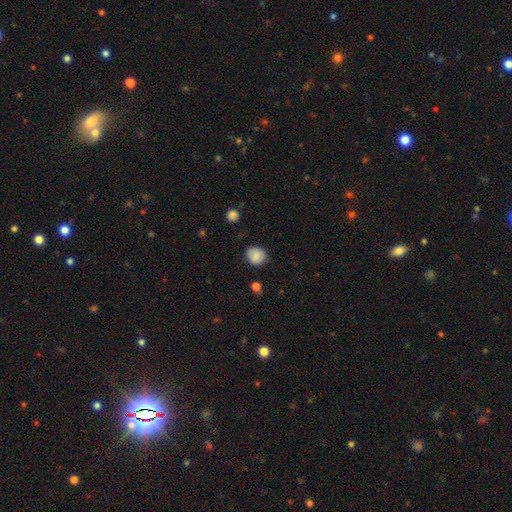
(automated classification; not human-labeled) Q: Smooth or featured?
A: smooth (85%); runner-up: star or artifact (9%)
Q: How rounded?
A: round (80%); runner-up: in between (19%)
Q: Merging?
A: none (80%); runner-up: minor disturbance (15%)